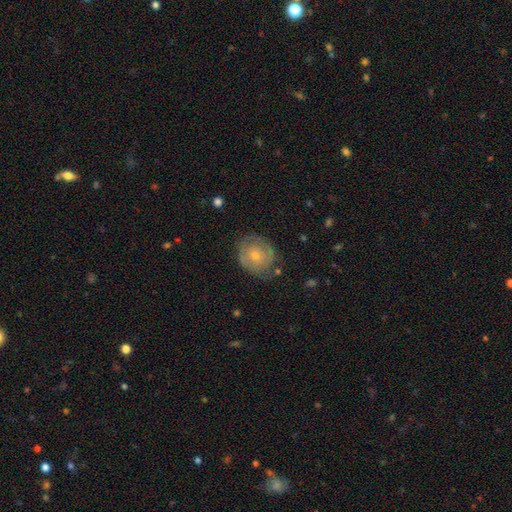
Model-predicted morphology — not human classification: A featured or disk galaxy (57%) with no bar (82%), spiral arms (66%) and a small central bulge (54%). Merging: none (67%).